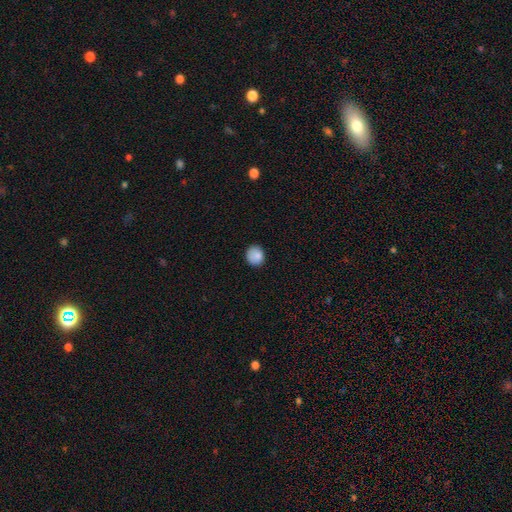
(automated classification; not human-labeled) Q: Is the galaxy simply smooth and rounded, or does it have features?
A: smooth — 86%.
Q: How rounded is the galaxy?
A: round — 82%.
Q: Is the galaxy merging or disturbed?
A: none — 84%.